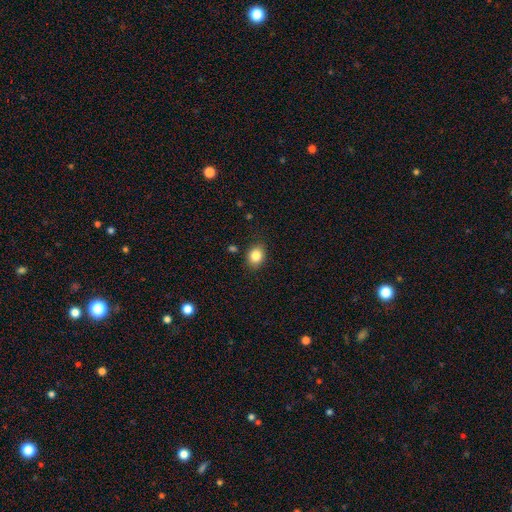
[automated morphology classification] This appears to be a smooth galaxy with no disk features (84%) that is in between round and cigar-shaped (51%). Merging: none (86%).